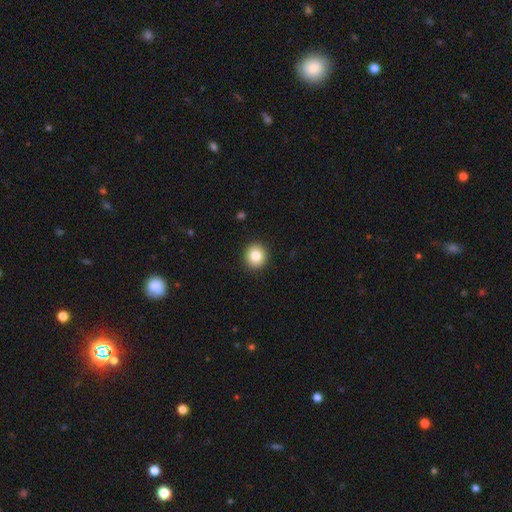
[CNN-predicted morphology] smooth_or_featured: smooth (p=0.84) [alt: star or artifact p=0.09]
how_rounded: round (p=0.90) [alt: in between p=0.09]
merging: none (p=0.92) [alt: minor disturbance p=0.05]